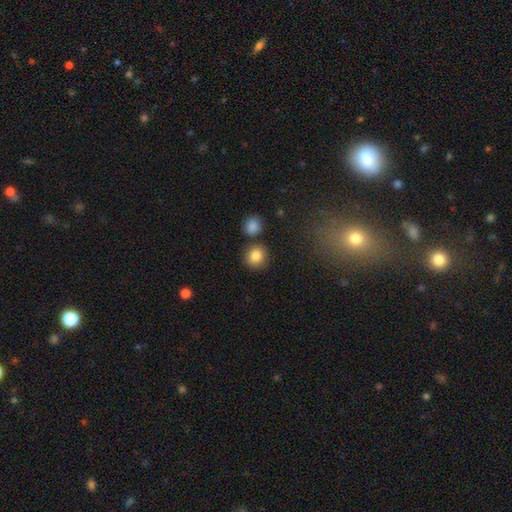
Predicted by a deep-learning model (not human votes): Smooth or featured?
  - smooth: 85% *
  - star or artifact: 9%
  - featured or disk: 5%
How rounded?
  - round: 87% *
  - in between: 12%
  - cigar-shaped: 1%
Merging?
  - none: 79% *
  - merger: 9%
  - minor disturbance: 9%
  - major disturbance: 3%